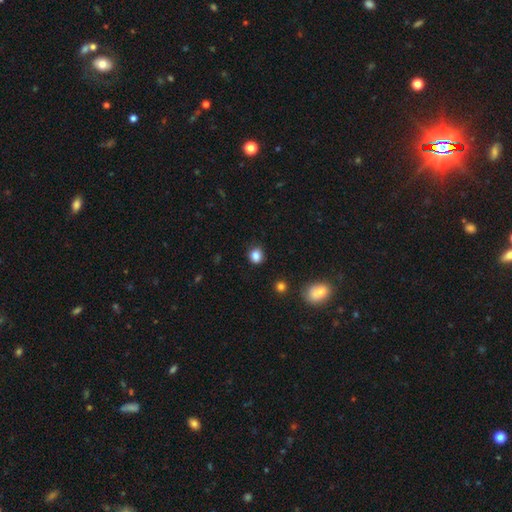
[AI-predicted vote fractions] smooth 85%, star or artifact 11%, featured or disk 4%. Down the decision tree: how rounded — round (72%); merging — none (84%).